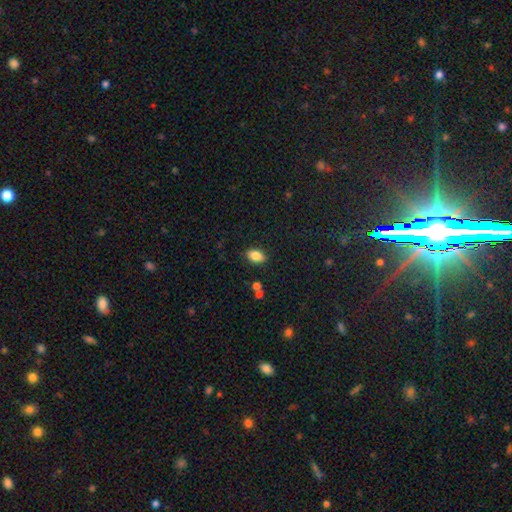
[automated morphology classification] Smooth or featured?
  - smooth: 84% *
  - star or artifact: 9%
  - featured or disk: 7%
How rounded?
  - in between: 89% *
  - round: 8%
  - cigar-shaped: 3%
Merging?
  - none: 84% *
  - minor disturbance: 10%
  - major disturbance: 3%
  - merger: 2%